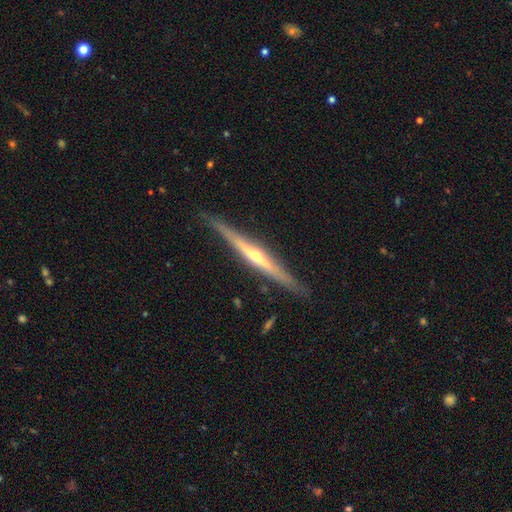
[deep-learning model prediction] A featured or disk galaxy (80%) viewed edge-on (97%) with a rounded central bulge (80%). Merging: none (87%).